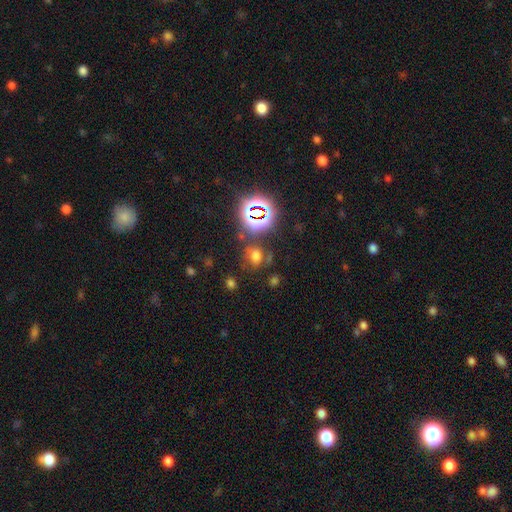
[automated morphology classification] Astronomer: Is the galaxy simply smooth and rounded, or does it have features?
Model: smooth — 56% (runner-up: star or artifact, 35%).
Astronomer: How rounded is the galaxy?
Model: round — 56% (runner-up: in between, 43%).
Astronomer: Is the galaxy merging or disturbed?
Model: none — 67%.